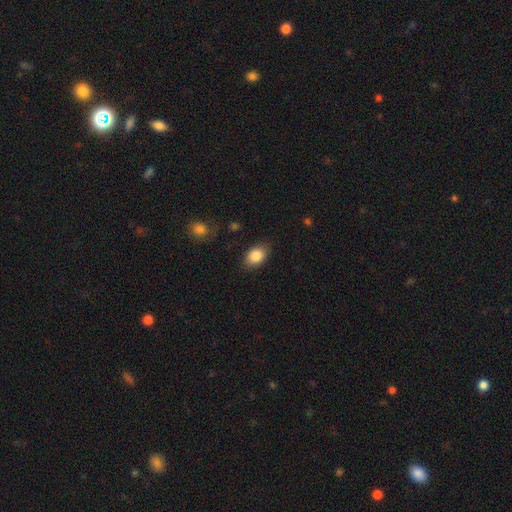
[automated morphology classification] Smooth or featured: smooth — 86% (star or artifact — 7%)
How rounded: in between — 84% (round — 15%)
Merging: none — 84% (minor disturbance — 12%)